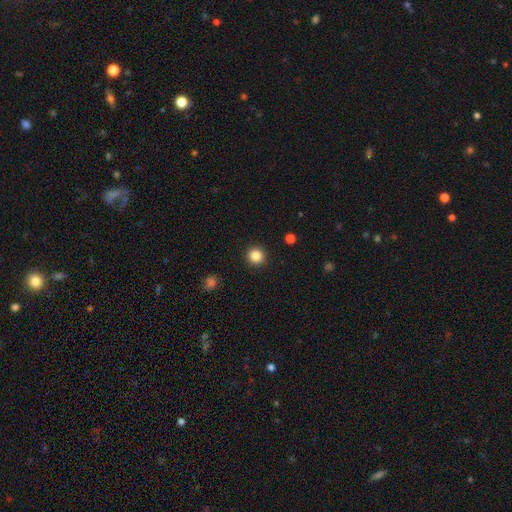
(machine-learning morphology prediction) Smooth or featured: smooth — 85% (star or artifact — 11%)
How rounded: round — 94% (in between — 5%)
Merging: none — 93% (minor disturbance — 5%)